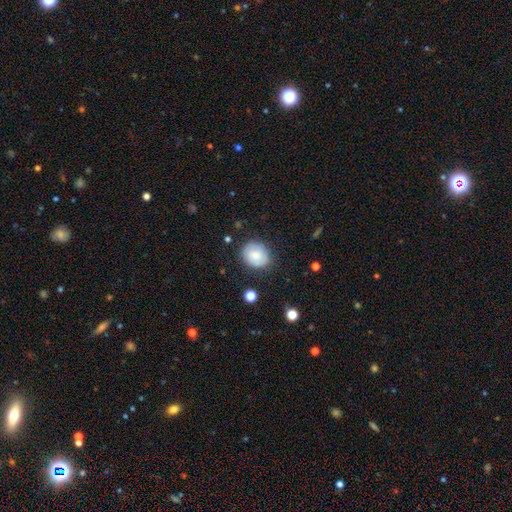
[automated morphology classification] A smooth galaxy with no disk features (76%) that is round (62%).

Vote fractions:
- Smooth or featured? smooth: 76% / featured or disk: 16% / star or artifact: 8%
- How rounded? round: 62% / in between: 37% / cigar-shaped: 1%
- Merging? none: 79% / minor disturbance: 15% / major disturbance: 4% / merger: 2%